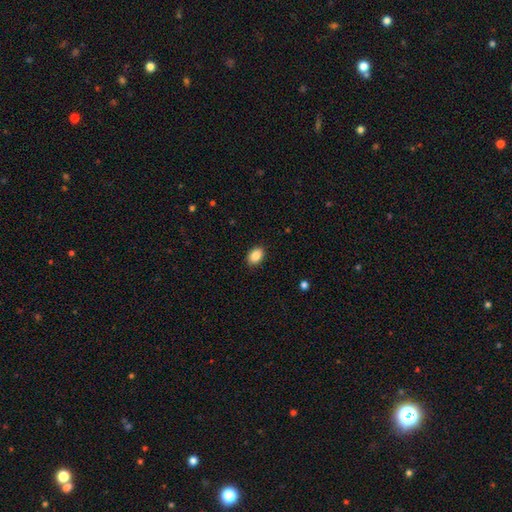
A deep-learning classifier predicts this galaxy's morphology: Q: Smooth or featured?
A: smooth (88%); runner-up: star or artifact (8%)
Q: How rounded?
A: in between (81%); runner-up: round (17%)
Q: Merging?
A: none (89%); runner-up: minor disturbance (8%)